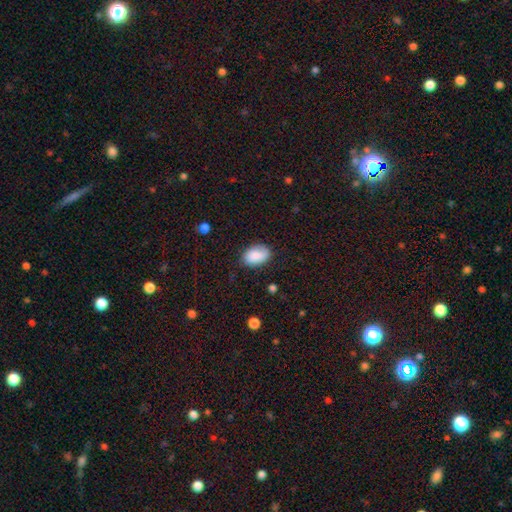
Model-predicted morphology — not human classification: Smooth or featured?
  - smooth: 84% *
  - featured or disk: 9%
  - star or artifact: 7%
How rounded?
  - in between: 87% *
  - round: 12%
  - cigar-shaped: 1%
Merging?
  - none: 76% *
  - minor disturbance: 18%
  - major disturbance: 5%
  - merger: 1%